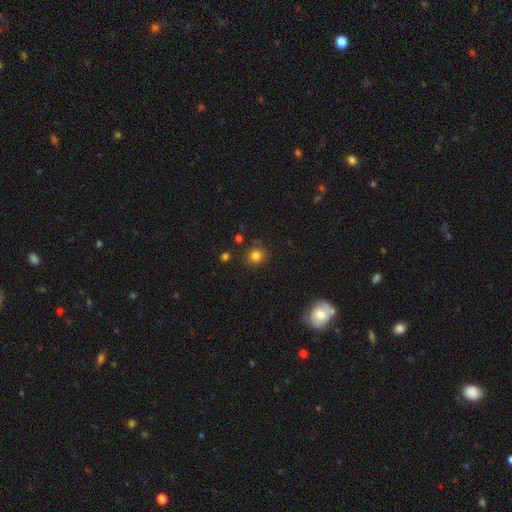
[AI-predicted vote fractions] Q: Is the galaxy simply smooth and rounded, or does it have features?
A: smooth — 82%.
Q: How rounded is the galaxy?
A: round — 85%.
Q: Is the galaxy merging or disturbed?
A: none — 83%.